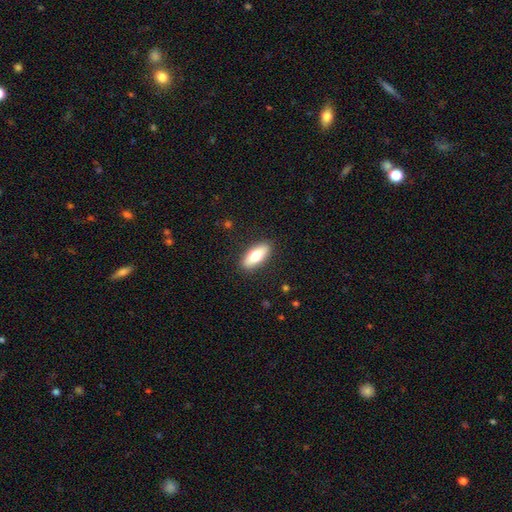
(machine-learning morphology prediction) smooth 72%, featured or disk 22%, star or artifact 6%. Down the decision tree: how rounded — in between (76%); merging — none (89%).